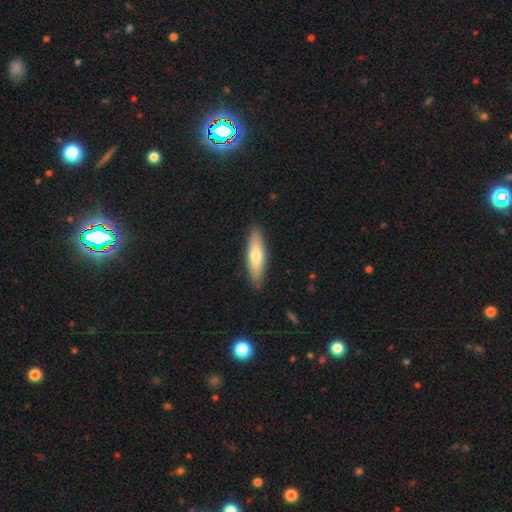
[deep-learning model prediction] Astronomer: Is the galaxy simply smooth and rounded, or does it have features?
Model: smooth — 65%.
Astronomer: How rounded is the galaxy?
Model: cigar-shaped — 64%.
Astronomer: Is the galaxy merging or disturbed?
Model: none — 89%.